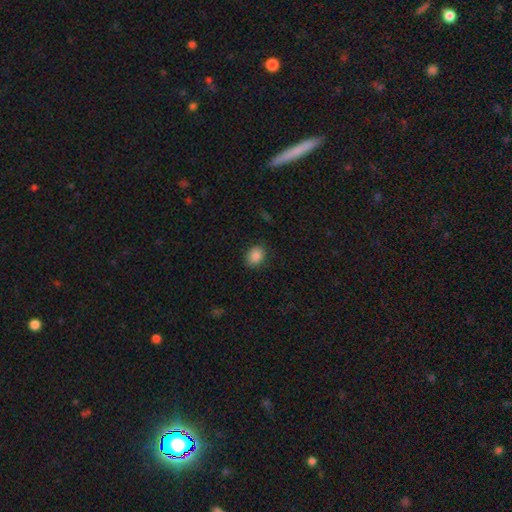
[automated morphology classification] This appears to be a smooth galaxy with no disk features (87%) that is in between round and cigar-shaped (55%). Merging: none (85%).